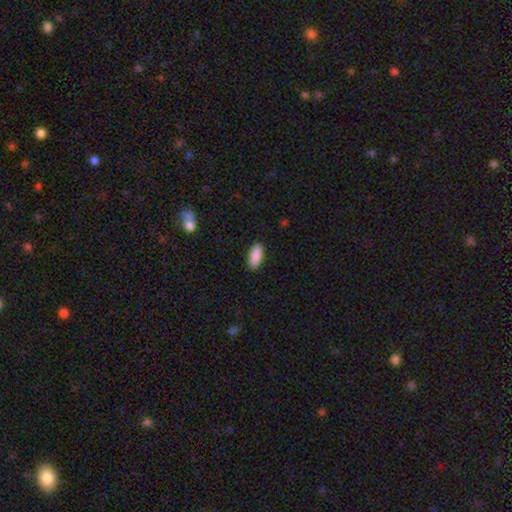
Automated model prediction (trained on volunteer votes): Smooth or featured?
  - smooth: 90% *
  - star or artifact: 6%
  - featured or disk: 4%
How rounded?
  - in between: 84% *
  - cigar-shaped: 14%
  - round: 2%
Merging?
  - none: 89% *
  - minor disturbance: 8%
  - major disturbance: 2%
  - merger: 1%